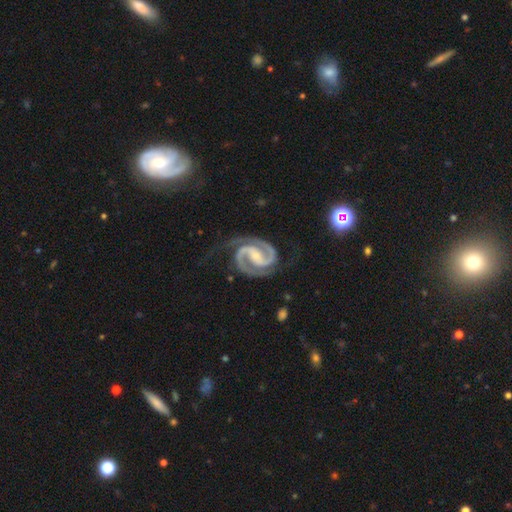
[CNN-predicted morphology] This is clearly a featured or disk galaxy (95%). It is clearly not viewed edge-on (98%). Bar: marginally weak (37%). Spiral arm pattern: clearly yes (99%). Spiral arm count: clearly 2 (95%). Spiral winding: possibly medium (54%). Central bulge: likely small (61%). Merging: likely none (73%).